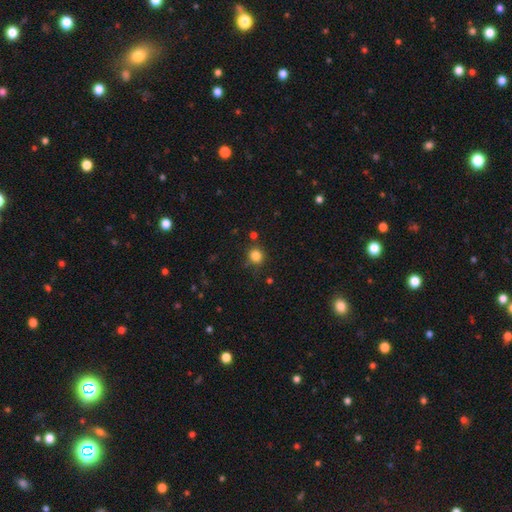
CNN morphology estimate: The model was most divided on "smooth or featured": smooth: 83%, star or artifact: 13%, featured or disk: 5%. More confident: how rounded — round (88%); merging — none (81%).